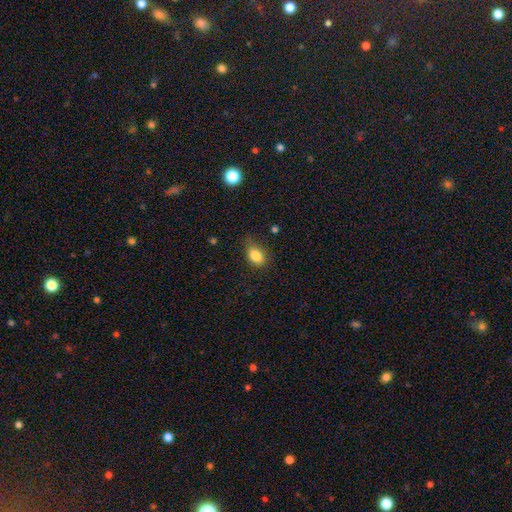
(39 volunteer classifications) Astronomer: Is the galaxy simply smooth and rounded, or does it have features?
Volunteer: smooth — 79%.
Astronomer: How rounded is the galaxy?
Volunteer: in between — 90%.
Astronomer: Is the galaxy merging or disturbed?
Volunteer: none — 59%.